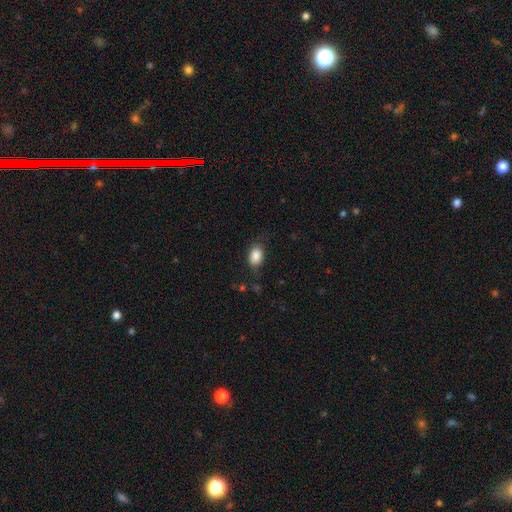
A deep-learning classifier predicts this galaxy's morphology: The model was most divided on "merging": none: 72%, minor disturbance: 20%, major disturbance: 7%, merger: 1%. More confident: smooth or featured — smooth (86%); how rounded — in between (80%).